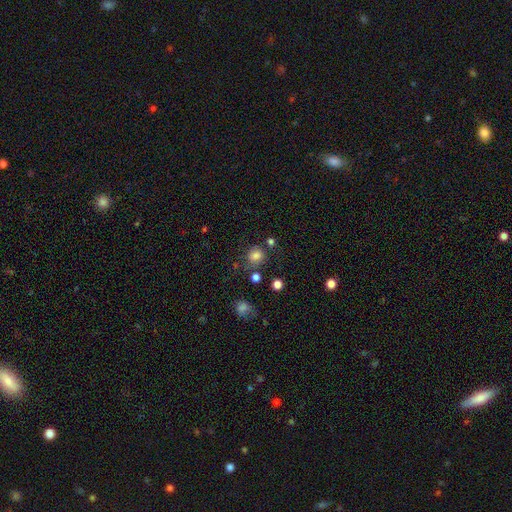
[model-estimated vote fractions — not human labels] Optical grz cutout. It shows a smooth galaxy with no disk features (80%) that is round (80%). Merging: none (70%).